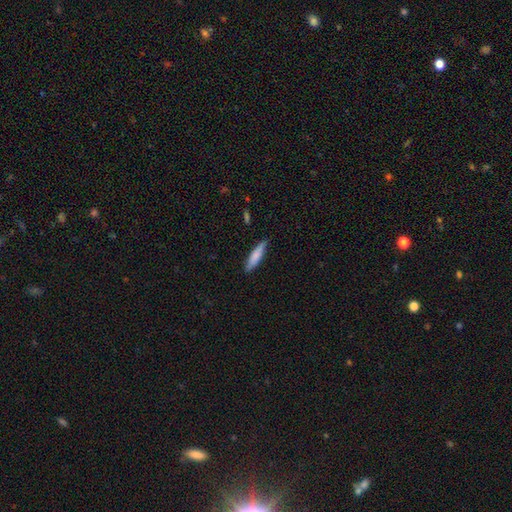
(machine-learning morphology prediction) The model was most divided on "how rounded": cigar-shaped: 80%, in between: 18%, round: 1%. More confident: merging — none (85%); smooth or featured — smooth (78%).